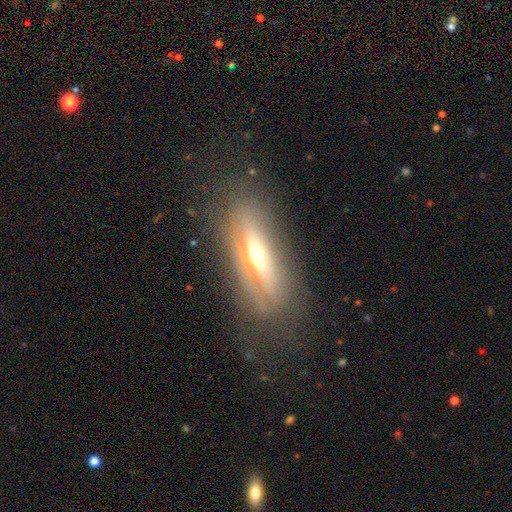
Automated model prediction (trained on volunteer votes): This appears to be a featured or disk galaxy (66%) viewed edge-on (65%). Merging: none (69%).